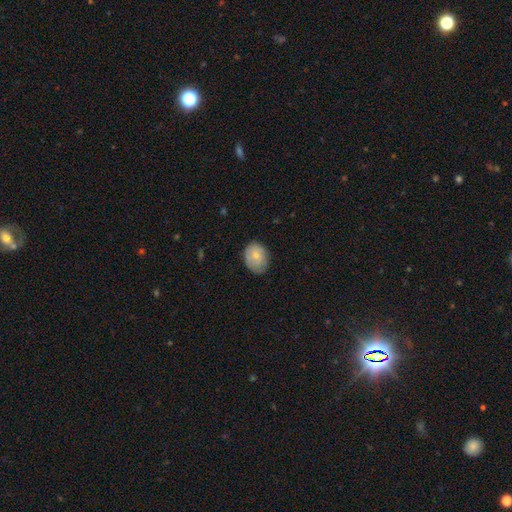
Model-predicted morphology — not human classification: type=smooth (72%); roundness=in between (60%); merging=none (70%).